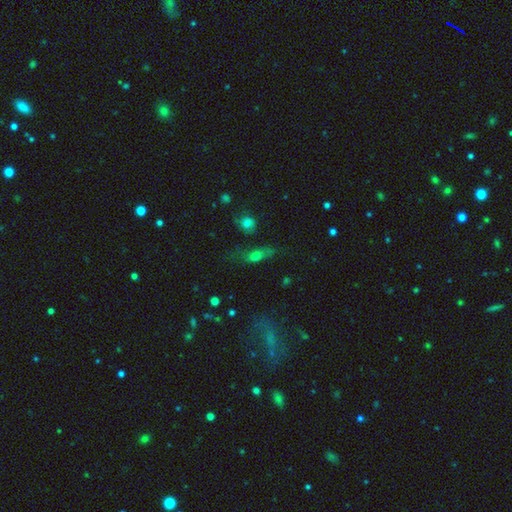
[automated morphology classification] A smooth galaxy with no disk features (61%) that is in between round and cigar-shaped (54%).

Vote fractions:
- Smooth or featured? smooth: 61% / featured or disk: 23% / star or artifact: 16%
- How rounded? in between: 54% / cigar-shaped: 34% / round: 12%
- Merging? none: 50% / minor disturbance: 24% / major disturbance: 18% / merger: 9%